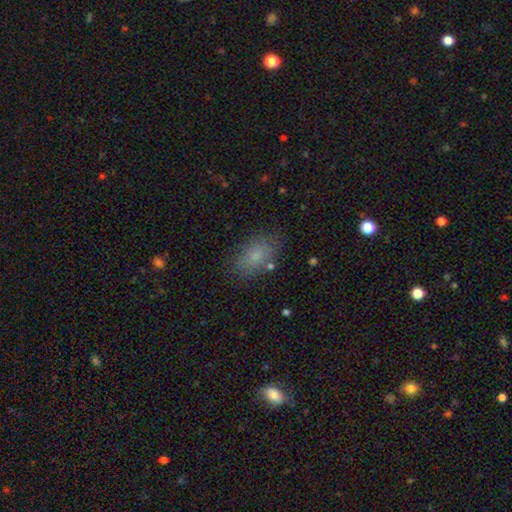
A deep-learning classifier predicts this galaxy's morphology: smooth 79%, featured or disk 11%, star or artifact 10%. Down the decision tree: how rounded — in between (90%); merging — none (80%).